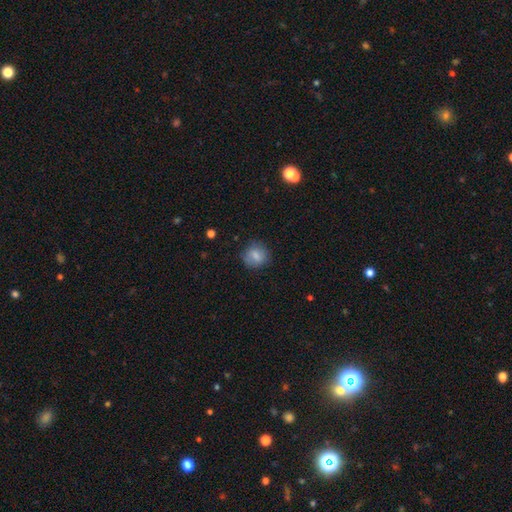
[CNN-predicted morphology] Q: Smooth or featured?
A: smooth (78%); runner-up: featured or disk (14%)
Q: How rounded?
A: round (82%); runner-up: in between (17%)
Q: Merging?
A: none (78%); runner-up: minor disturbance (16%)